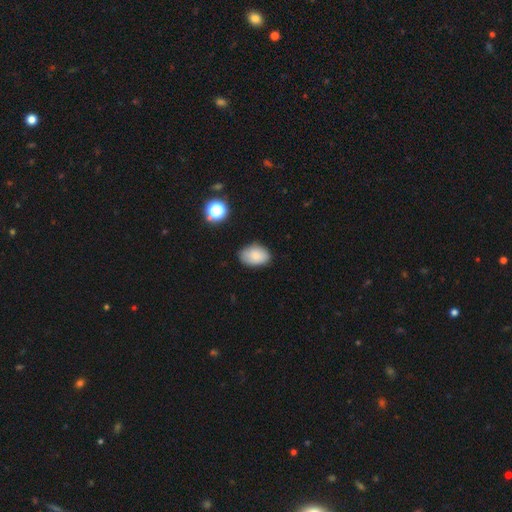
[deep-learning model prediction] Smooth or featured: smooth — 83% (star or artifact — 9%)
How rounded: in between — 87% (round — 12%)
Merging: none — 78% (minor disturbance — 17%)